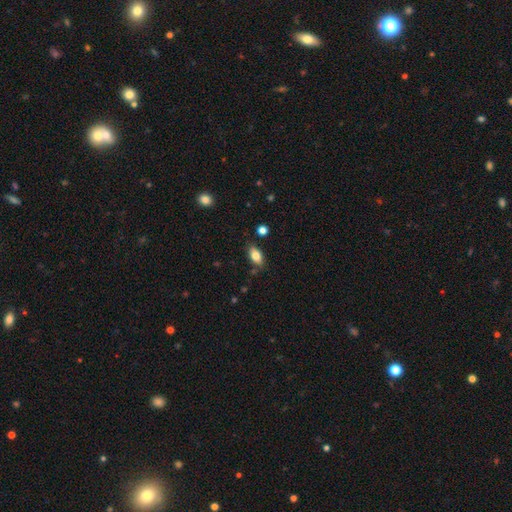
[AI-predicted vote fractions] smooth 81%, featured or disk 11%, star or artifact 8%. Down the decision tree: how rounded — in between (90%); merging — none (82%).